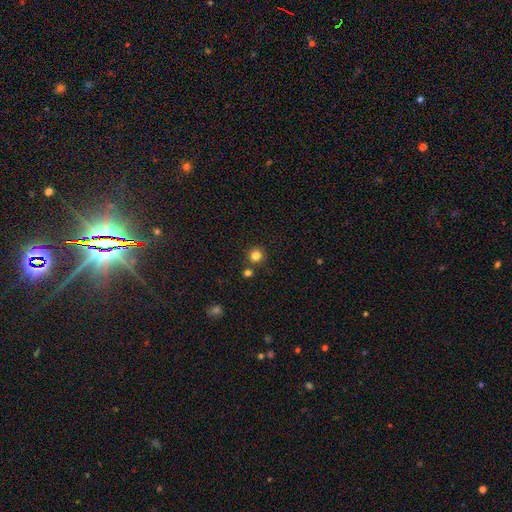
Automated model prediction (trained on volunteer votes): Smooth or featured? smooth (81%)
How rounded? round (94%)
Merging? none (83%)